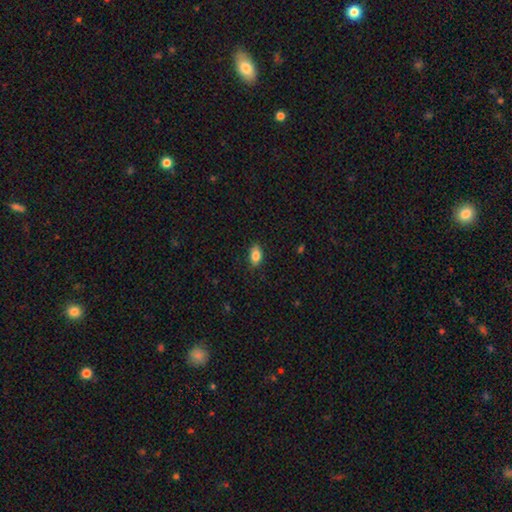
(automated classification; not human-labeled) Overall: smooth (83%). How rounded: in between (88%). Merging: none (84%).